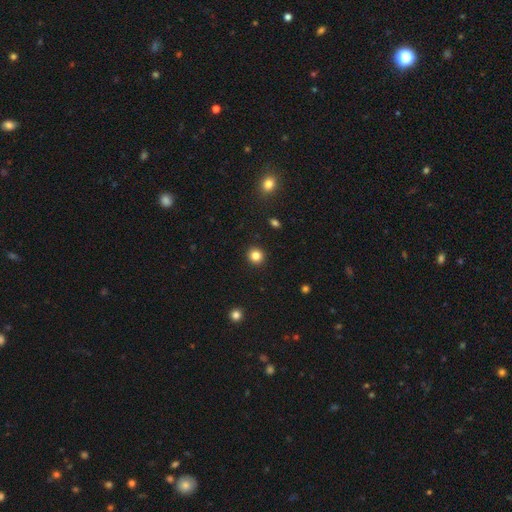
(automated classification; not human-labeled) Smooth or featured: smooth — 84% (star or artifact — 11%)
How rounded: round — 92% (in between — 7%)
Merging: none — 93% (minor disturbance — 4%)